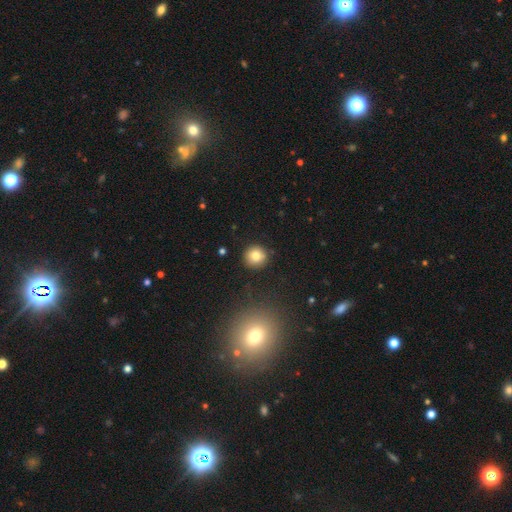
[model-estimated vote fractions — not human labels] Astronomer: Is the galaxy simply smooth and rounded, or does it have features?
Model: smooth — 80%.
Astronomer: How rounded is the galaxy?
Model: round — 93%.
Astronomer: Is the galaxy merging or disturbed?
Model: none — 89%.